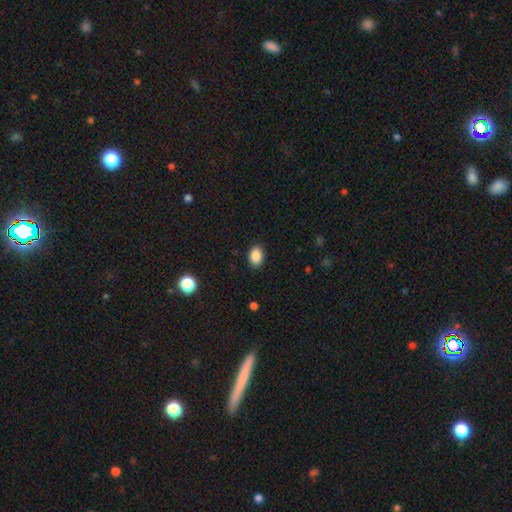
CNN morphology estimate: Smooth or featured: smooth — 88% (star or artifact — 8%)
How rounded: in between — 81% (round — 18%)
Merging: none — 88% (minor disturbance — 9%)